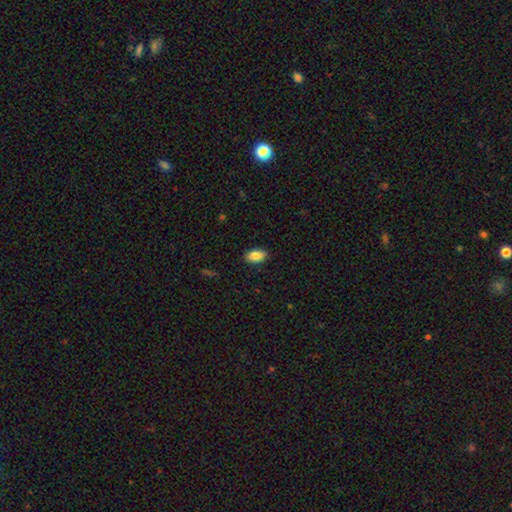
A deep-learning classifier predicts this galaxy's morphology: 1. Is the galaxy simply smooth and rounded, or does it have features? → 85% smooth, 8% featured or disk, 7% star or artifact.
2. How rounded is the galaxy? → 92% in between, 5% round, 2% cigar-shaped.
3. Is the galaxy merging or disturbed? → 89% none, 9% minor disturbance, 2% major disturbance, 1% merger.